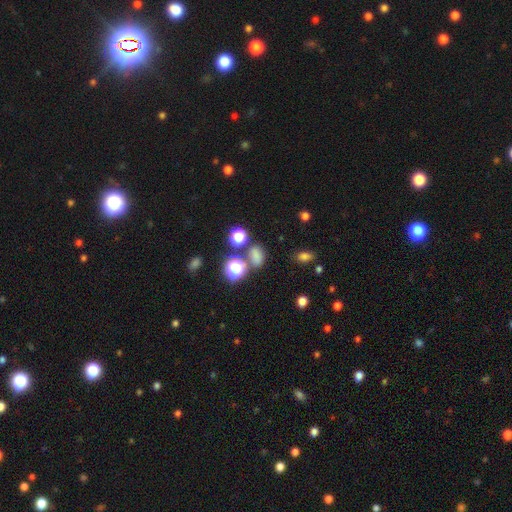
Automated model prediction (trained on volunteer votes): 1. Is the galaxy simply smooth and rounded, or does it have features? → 65% smooth, 27% star or artifact, 8% featured or disk.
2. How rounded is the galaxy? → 63% in between, 35% round, 2% cigar-shaped.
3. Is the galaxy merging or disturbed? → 63% none, 17% merger, 14% minor disturbance, 6% major disturbance.